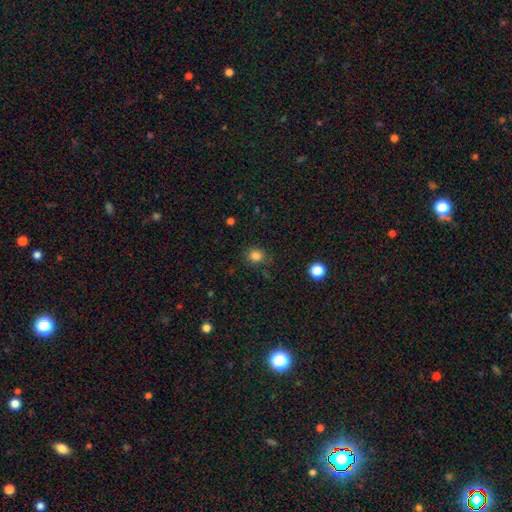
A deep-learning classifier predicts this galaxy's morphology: smooth_or_featured: smooth (p=0.83) [alt: star or artifact p=0.13]
how_rounded: round (p=0.86) [alt: in between p=0.13]
merging: none (p=0.81) [alt: minor disturbance p=0.13]